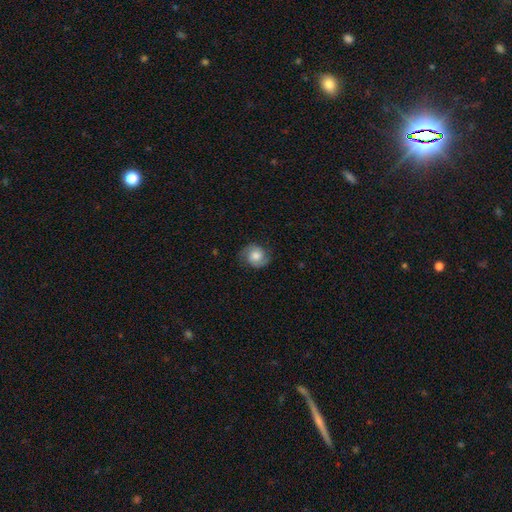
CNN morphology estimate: This is possibly a featured or disk galaxy (47%). Merging: likely none (78%).